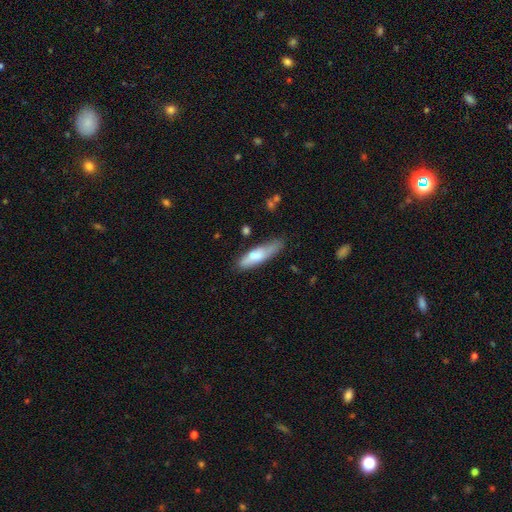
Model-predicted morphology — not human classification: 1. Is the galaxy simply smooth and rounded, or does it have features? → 72% smooth, 22% featured or disk, 6% star or artifact.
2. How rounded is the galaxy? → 63% cigar-shaped, 36% in between, 2% round.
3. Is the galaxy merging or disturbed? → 57% none, 29% minor disturbance, 9% major disturbance, 5% merger.